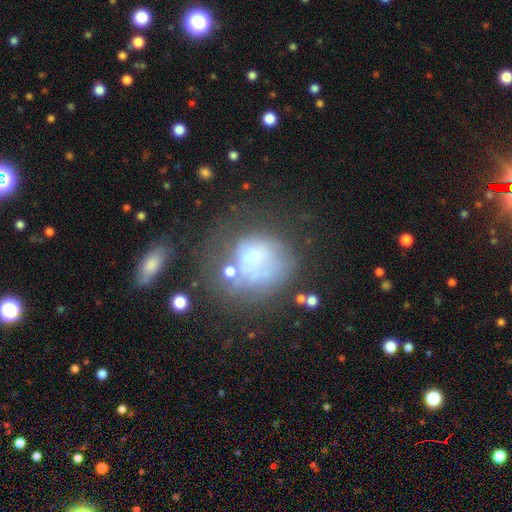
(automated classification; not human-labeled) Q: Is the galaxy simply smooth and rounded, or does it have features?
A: smooth — 43%.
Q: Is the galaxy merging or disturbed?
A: none — 35%.